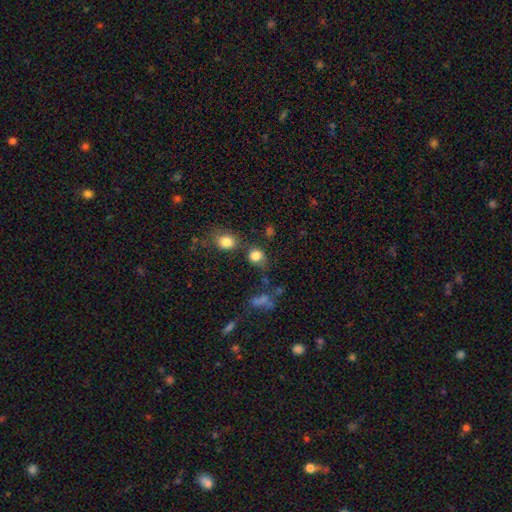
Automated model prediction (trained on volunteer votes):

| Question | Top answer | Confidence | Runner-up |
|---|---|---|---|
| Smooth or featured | smooth | 81% | star or artifact (12%) |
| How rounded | round | 77% | in between (22%) |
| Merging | none | 59% | merger (17%) |